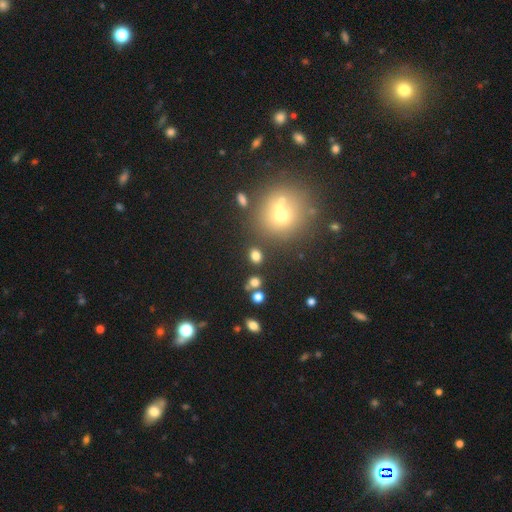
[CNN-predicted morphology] This appears to be a smooth galaxy with no disk features (75%) that is in between round and cigar-shaped (51%). Merging: none (76%).